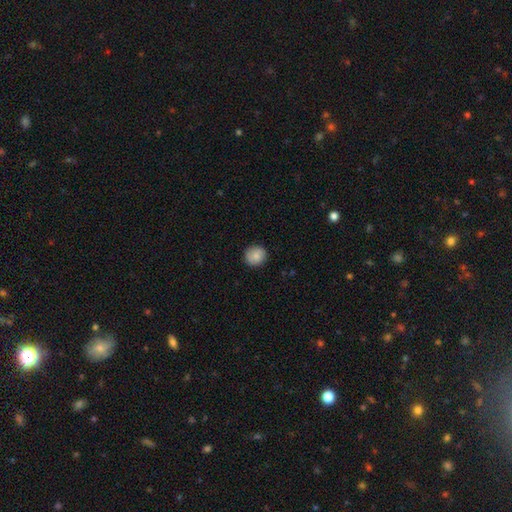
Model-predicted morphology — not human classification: Smooth or featured? smooth (83%)
How rounded? round (87%)
Merging? none (87%)